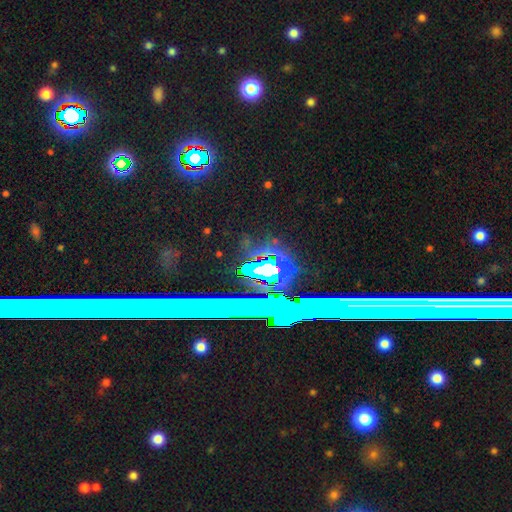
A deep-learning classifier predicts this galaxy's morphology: This is likely a star or artifact rather than a galaxy (70%).